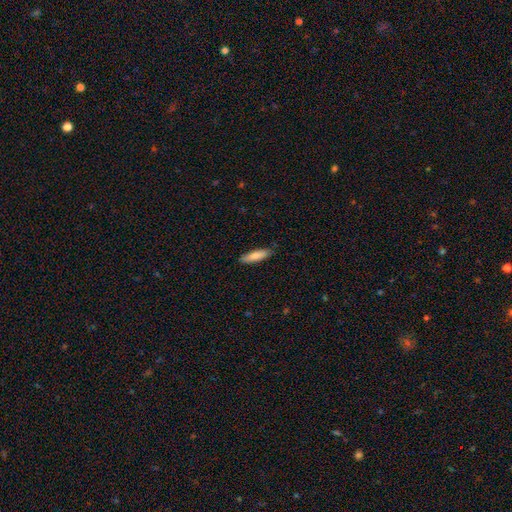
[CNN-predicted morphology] This appears to be a smooth galaxy with no disk features (82%) that is cigar-shaped (67%). Merging: none (85%).